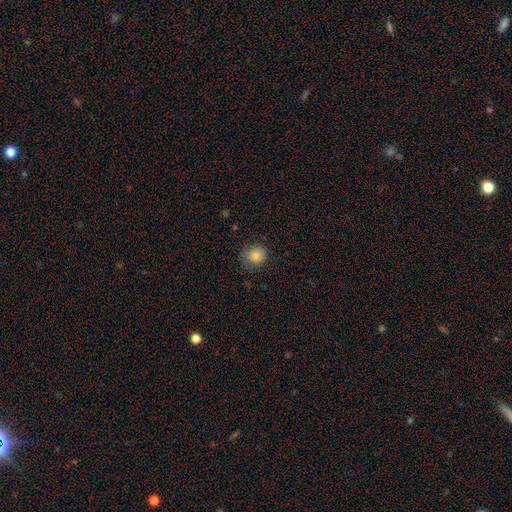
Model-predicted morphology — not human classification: Smooth or featured? smooth (85%)
How rounded? round (85%)
Merging? none (71%)